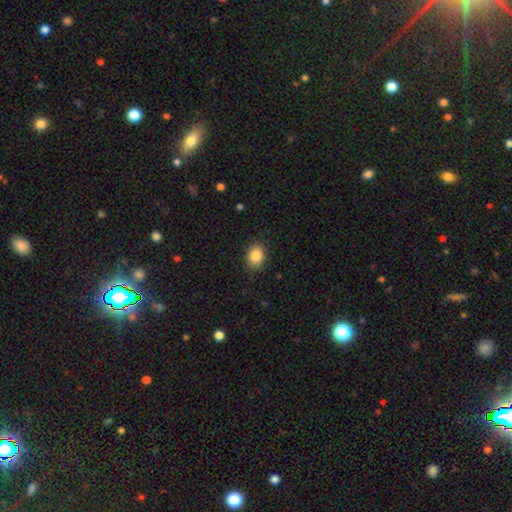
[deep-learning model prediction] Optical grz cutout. It shows a smooth galaxy with no disk features (85%) that is in between round and cigar-shaped (62%). Merging: none (87%).